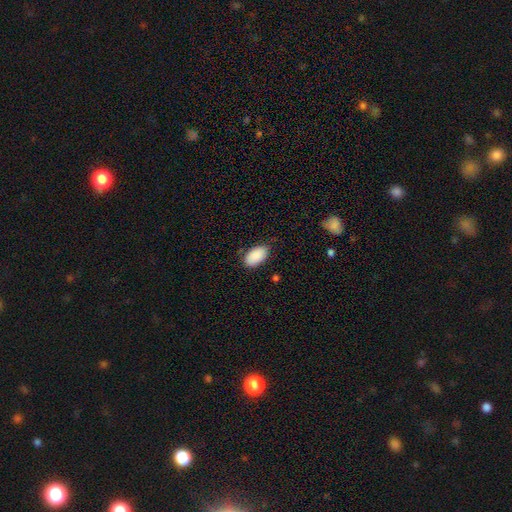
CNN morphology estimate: smooth-or-featured: smooth: 90% | star or artifact: 6% | featured or disk: 4%
  how-rounded: in between: 95% | round: 3% | cigar-shaped: 2%
  merging: none: 80% | minor disturbance: 15% | major disturbance: 3% | merger: 1%